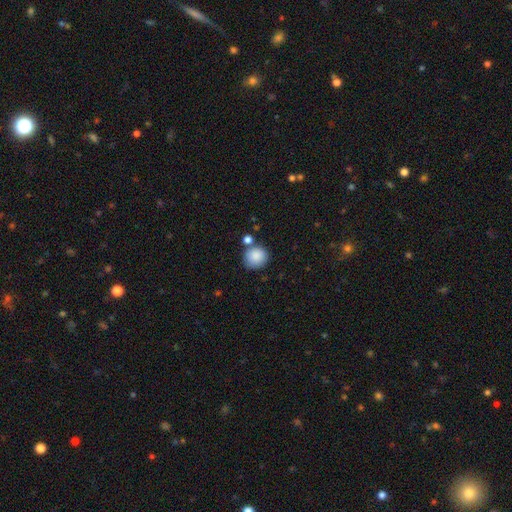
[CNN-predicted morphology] This appears to be a smooth galaxy with no disk features (87%) that is round (85%). Merging: none (69%).